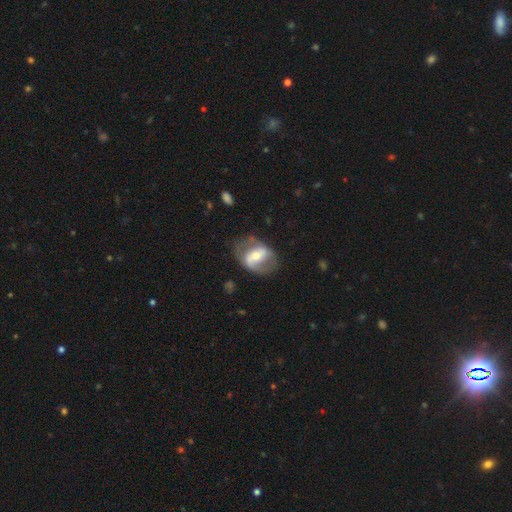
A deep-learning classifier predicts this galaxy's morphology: The model was most divided on "spiral winding": medium: 42%, loose: 40%, tight: 18%. Remaining: edge-on disk — no (96%); spiral arm count — 2 (81%); spiral arms — yes (77%); smooth or featured — featured or disk (73%); merging — none (62%); bulge size — moderate (56%); bar — strong (40%).